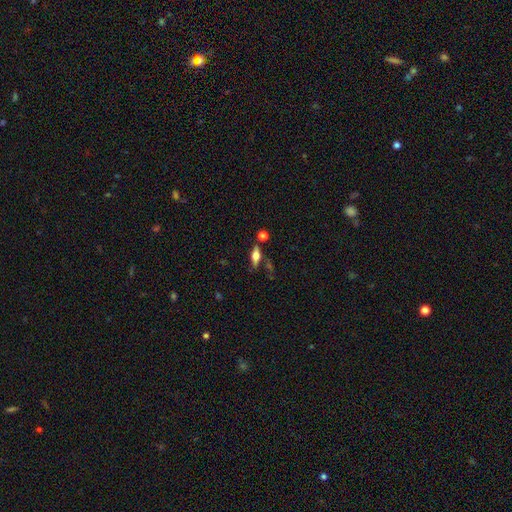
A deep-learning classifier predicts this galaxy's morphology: type=smooth (48%); merging=none (67%).